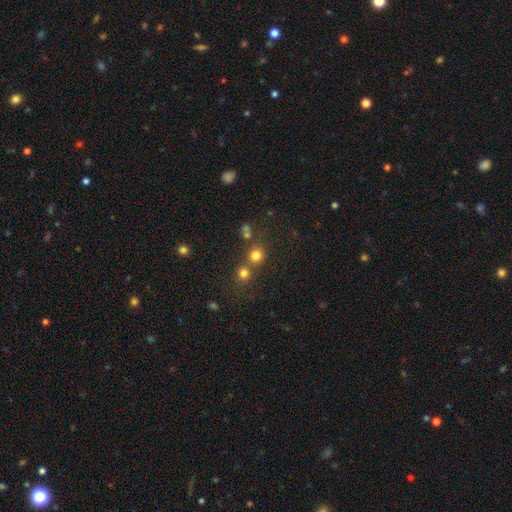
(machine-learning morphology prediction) Q: Smooth or featured?
A: smooth (76%); runner-up: star or artifact (18%)
Q: How rounded?
A: round (88%); runner-up: in between (11%)
Q: Merging?
A: none (63%); runner-up: merger (27%)